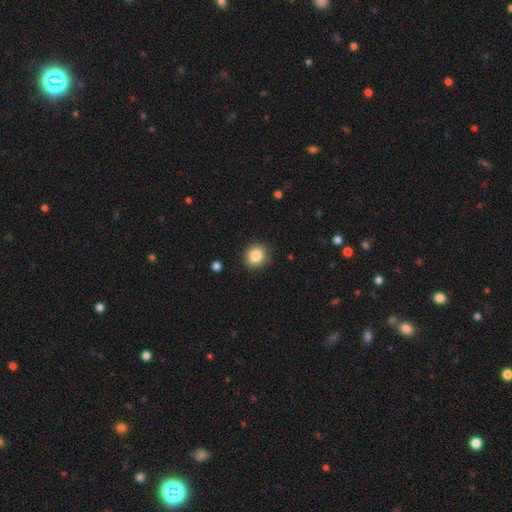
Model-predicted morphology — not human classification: A smooth galaxy with no disk features (84%) that is round (76%).

Vote fractions:
- Smooth or featured? smooth: 84% / star or artifact: 10% / featured or disk: 6%
- How rounded? round: 76% / in between: 23% / cigar-shaped: 1%
- Merging? none: 85% / minor disturbance: 11% / major disturbance: 2% / merger: 1%